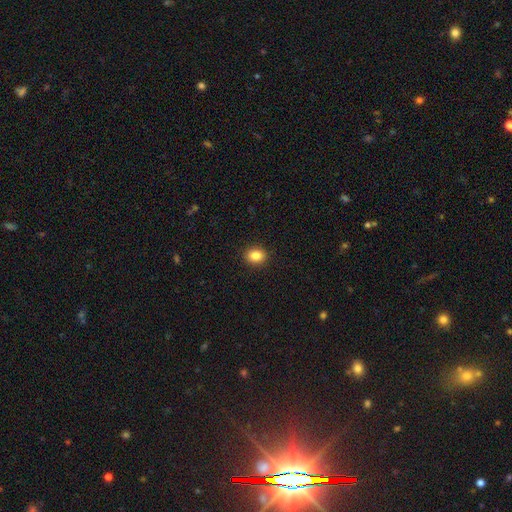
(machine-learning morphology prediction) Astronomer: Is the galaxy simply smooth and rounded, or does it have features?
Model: smooth — 85%.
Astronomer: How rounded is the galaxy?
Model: round — 55% (runner-up: in between, 44%).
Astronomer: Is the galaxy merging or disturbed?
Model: none — 91%.